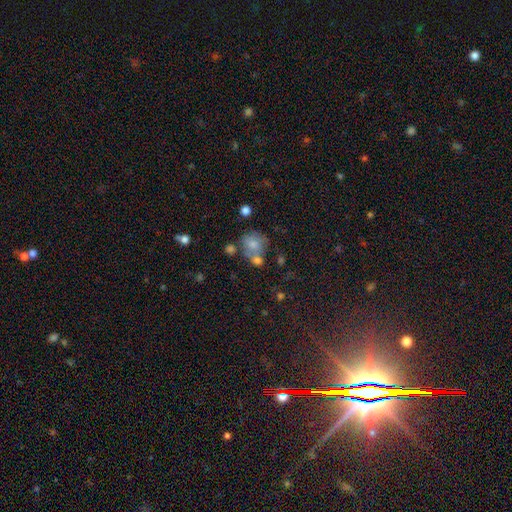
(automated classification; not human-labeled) Smooth or featured? Predicted: smooth (p=0.70). How rounded? Predicted: round (p=0.67). Merging? Predicted: none (p=0.38).